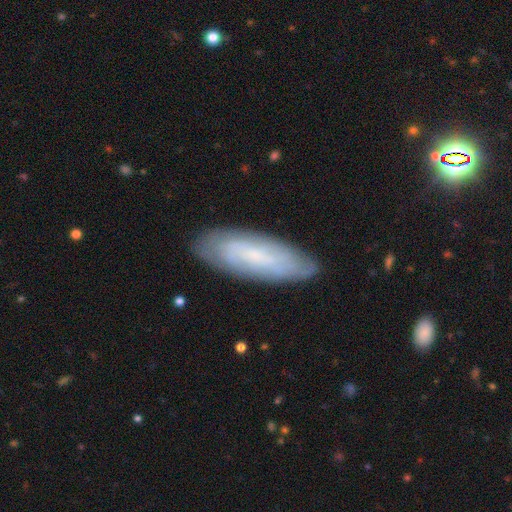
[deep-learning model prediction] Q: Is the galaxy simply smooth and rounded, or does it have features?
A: smooth — 47%.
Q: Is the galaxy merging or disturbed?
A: none — 83%.